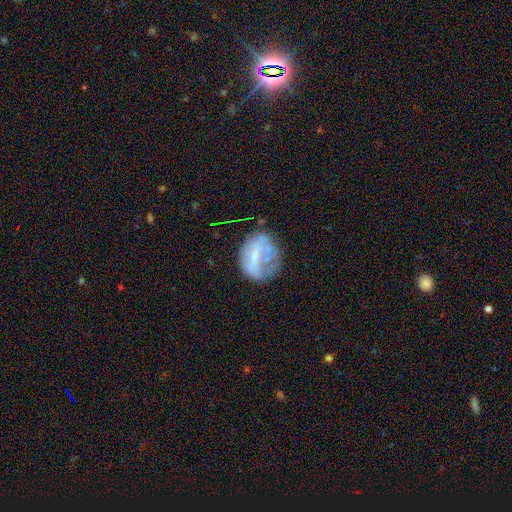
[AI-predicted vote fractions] Smooth or featured? Predicted: featured or disk (p=0.49). Merging? Predicted: none (p=0.50).